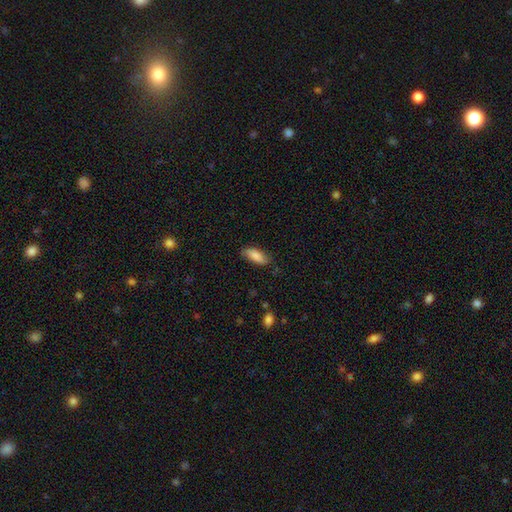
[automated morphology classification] Smooth or featured? smooth (85%)
How rounded? in between (80%)
Merging? none (77%)